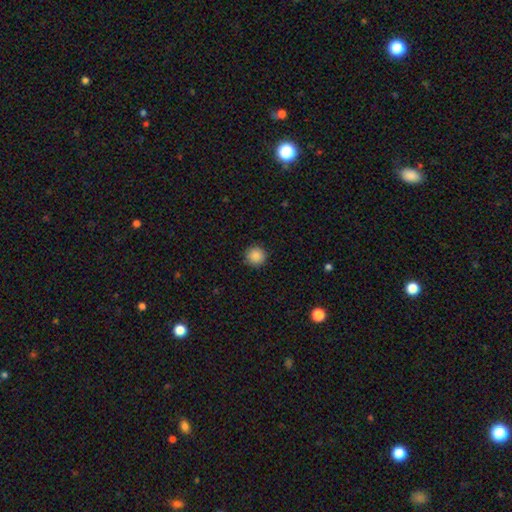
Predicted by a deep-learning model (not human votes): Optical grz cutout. It shows a smooth galaxy with no disk features (88%) that is round (95%). Merging: none (92%).